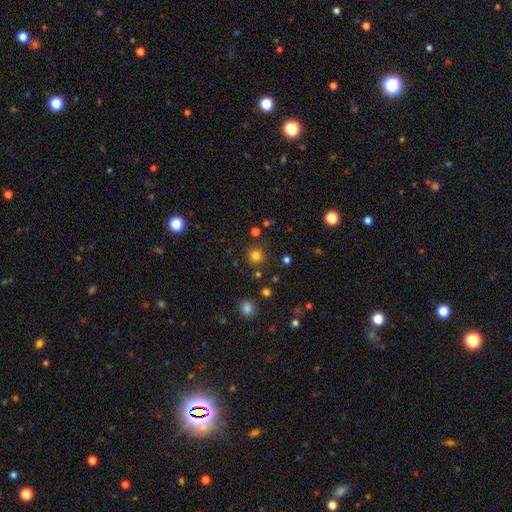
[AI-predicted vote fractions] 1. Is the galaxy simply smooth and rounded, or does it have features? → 78% smooth, 17% star or artifact, 5% featured or disk.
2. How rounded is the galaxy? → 93% round, 6% in between, 1% cigar-shaped.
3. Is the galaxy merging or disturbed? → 85% none, 8% minor disturbance, 4% merger, 3% major disturbance.